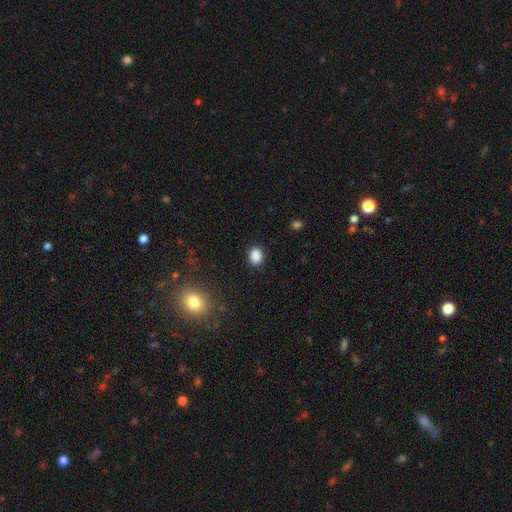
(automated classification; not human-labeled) Morphology: type=smooth (87%); roundness=in between (54%); merging=none (87%).